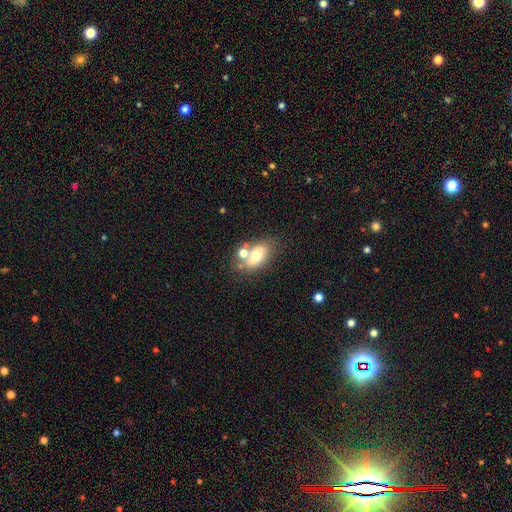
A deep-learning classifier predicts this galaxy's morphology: type=smooth (65%); roundness=in between (84%); merging=none (53%).